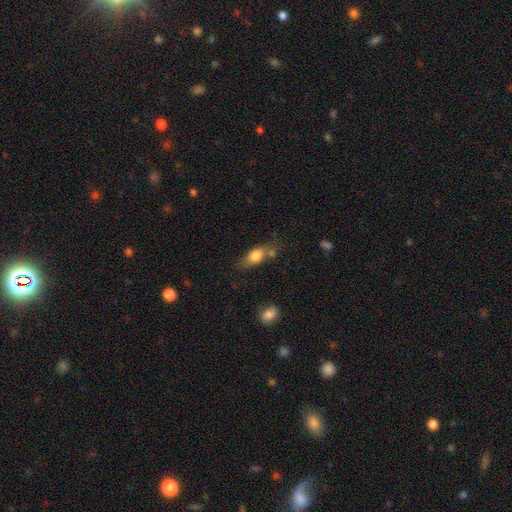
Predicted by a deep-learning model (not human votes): smooth-or-featured: smooth: 76% | featured or disk: 16% | star or artifact: 8%
  how-rounded: in between: 75% | cigar-shaped: 14% | round: 11%
  merging: none: 52% | minor disturbance: 21% | merger: 19% | major disturbance: 8%